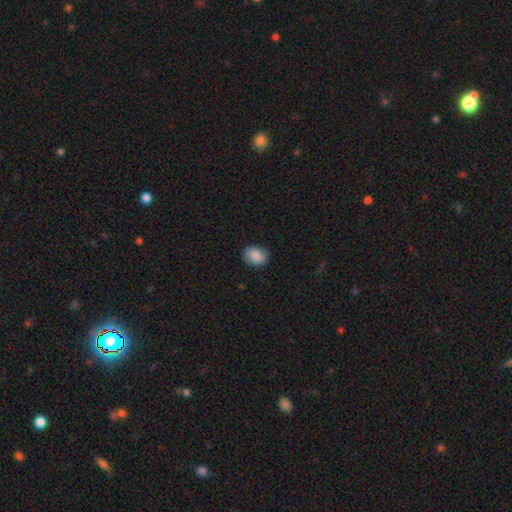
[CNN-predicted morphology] type=smooth (89%); roundness=in between (59%); merging=none (85%).